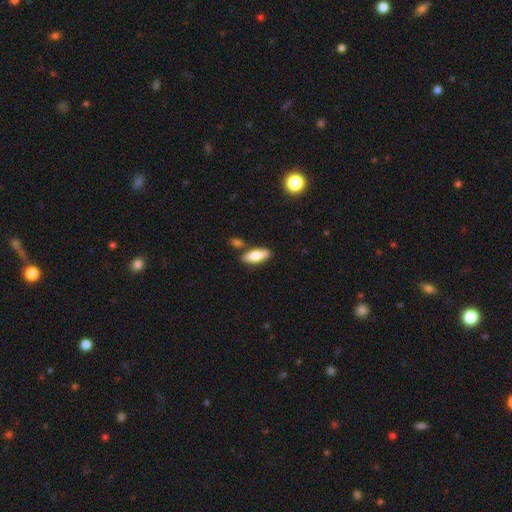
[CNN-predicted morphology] This appears to be a smooth galaxy with no disk features (75%) that is in between round and cigar-shaped (70%). Merging: none (78%).